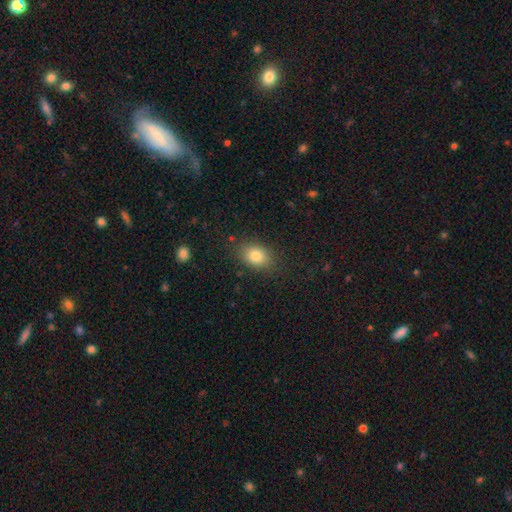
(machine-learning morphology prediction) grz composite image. It shows a smooth galaxy with no disk features (84%) that is in between round and cigar-shaped (72%). Merging: none (82%).